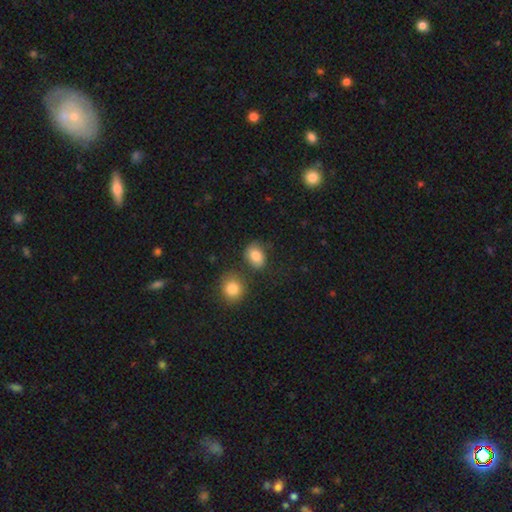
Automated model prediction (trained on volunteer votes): Q: Smooth or featured?
A: smooth (84%); runner-up: star or artifact (9%)
Q: How rounded?
A: in between (70%); runner-up: round (29%)
Q: Merging?
A: none (62%); runner-up: minor disturbance (19%)